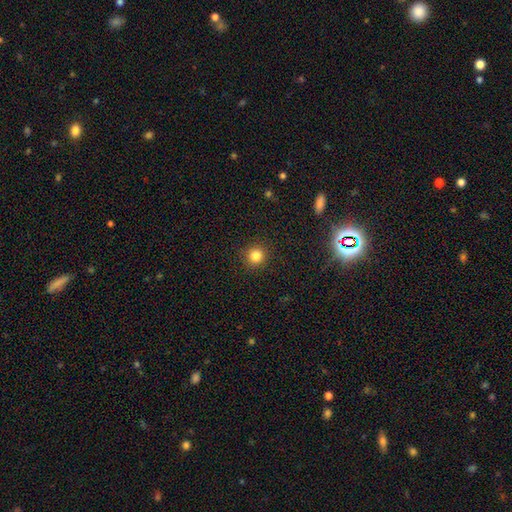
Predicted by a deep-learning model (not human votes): smooth 83%, star or artifact 12%, featured or disk 5%. Down the decision tree: how rounded — round (93%); merging — none (91%).